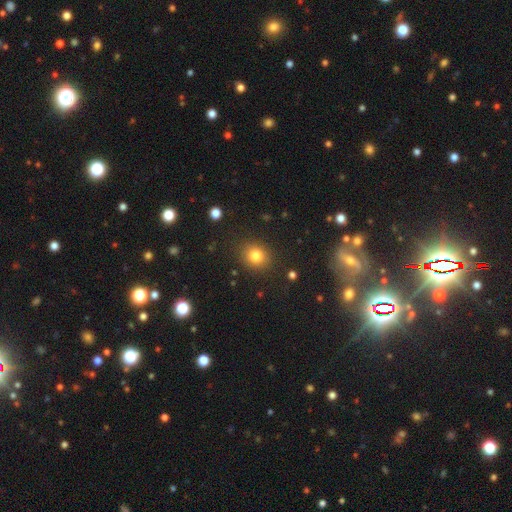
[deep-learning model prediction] Q: Smooth or featured?
A: smooth (81%); runner-up: star or artifact (12%)
Q: How rounded?
A: round (73%); runner-up: in between (26%)
Q: Merging?
A: none (87%); runner-up: minor disturbance (8%)